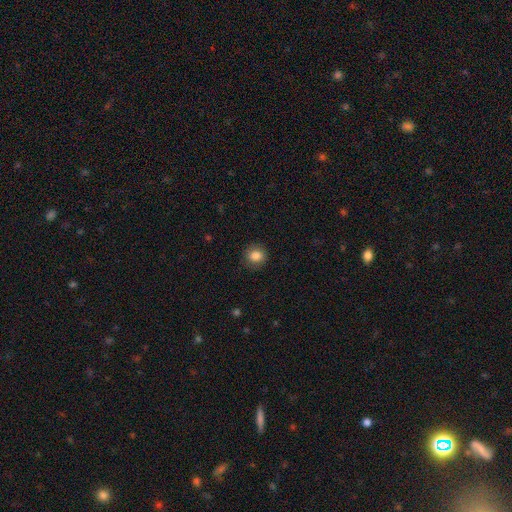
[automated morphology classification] The model was most divided on "how rounded": round: 82%, in between: 17%, cigar-shaped: 1%. More confident: merging — none (87%); smooth or featured — smooth (85%).